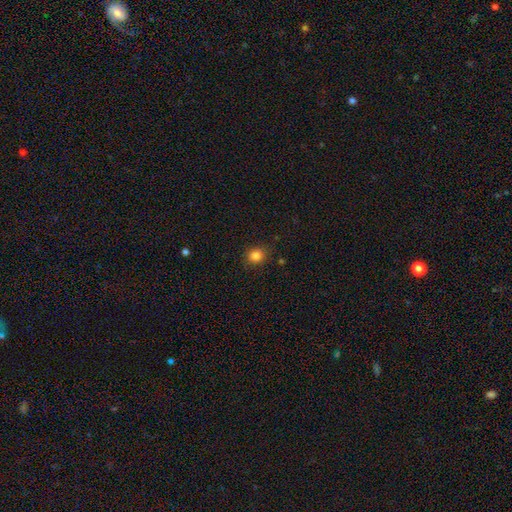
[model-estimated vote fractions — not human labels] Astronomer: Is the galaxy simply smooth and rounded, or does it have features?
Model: smooth — 83%.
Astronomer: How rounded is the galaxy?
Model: round — 82%.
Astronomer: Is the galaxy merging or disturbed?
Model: none — 86%.